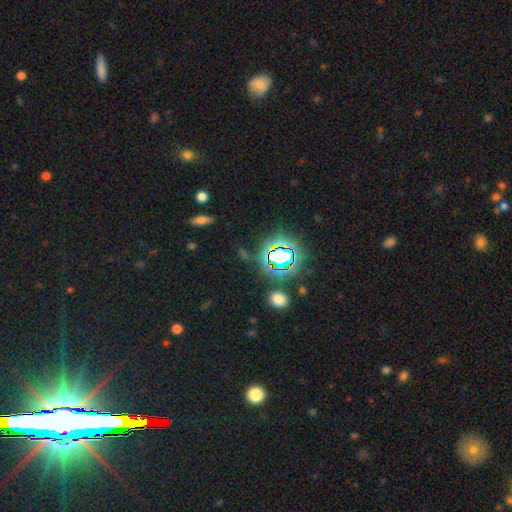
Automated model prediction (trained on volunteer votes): Smooth or featured? Predicted: star or artifact (p=0.80).